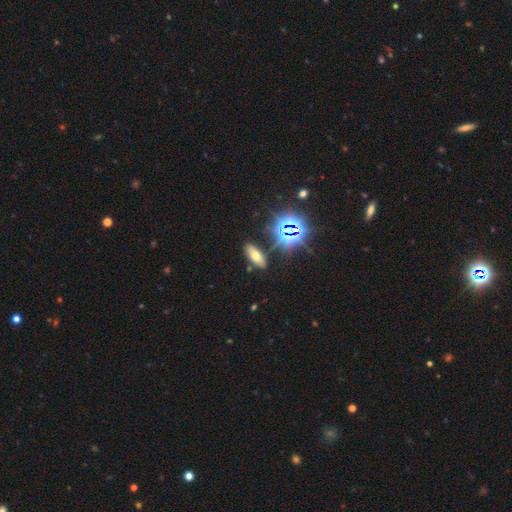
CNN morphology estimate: A smooth galaxy with no disk features (49%).

Vote fractions:
- Smooth or featured? smooth: 49% / star or artifact: 32% / featured or disk: 19%
- Merging? none: 83% / minor disturbance: 10% / merger: 4% / major disturbance: 3%